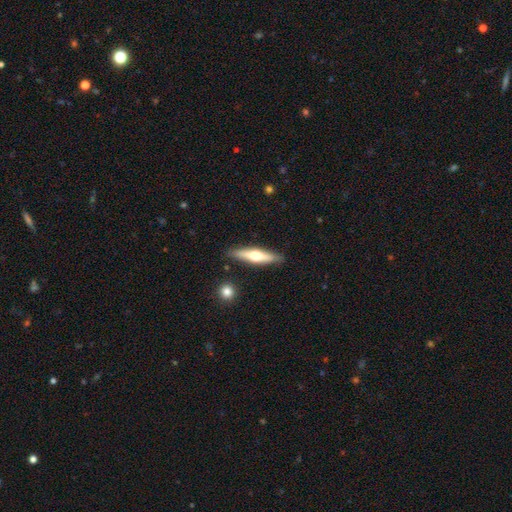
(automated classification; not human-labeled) Q: Smooth or featured?
A: featured or disk (53%); runner-up: smooth (42%)
Q: Edge-on disk?
A: yes (92%); runner-up: no (8%)
Q: Merging?
A: none (87%); runner-up: minor disturbance (9%)